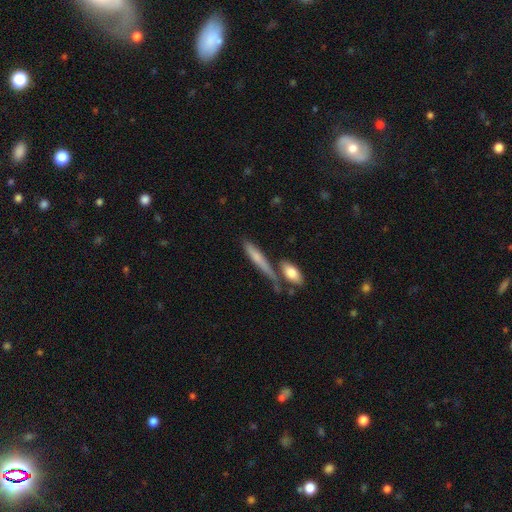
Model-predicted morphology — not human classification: A featured or disk galaxy (51%) viewed edge-on (83%).

Vote fractions:
- Smooth or featured? featured or disk: 51% / smooth: 34% / star or artifact: 15%
- Edge-on disk? yes: 83% / no: 17%
- Merging? none: 62% / merger: 20% / minor disturbance: 13% / major disturbance: 6%